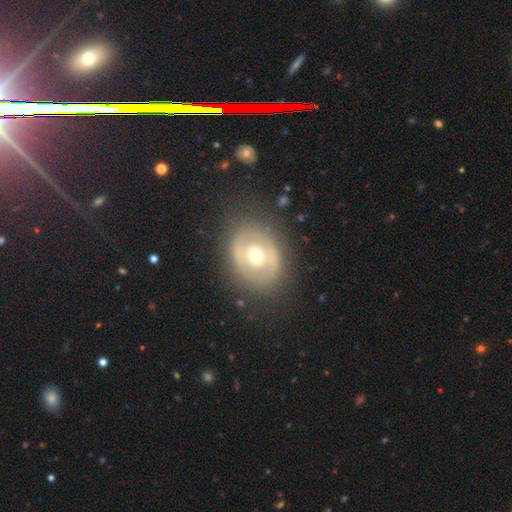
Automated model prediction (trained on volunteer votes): Smooth or featured?
  - featured or disk: 62% *
  - smooth: 31%
  - star or artifact: 7%
Edge-on disk?
  - no: 94% *
  - yes: 6%
Bar?
  - no: 64% *
  - weak: 24%
  - strong: 12%
Spiral arms?
  - no: 69% *
  - yes: 31%
Bulge size?
  - moderate: 68% *
  - small: 26%
  - large: 5%
  - dominant: 1%
  - none: 1%
Merging?
  - none: 79% *
  - minor disturbance: 14%
  - major disturbance: 6%
  - merger: 1%